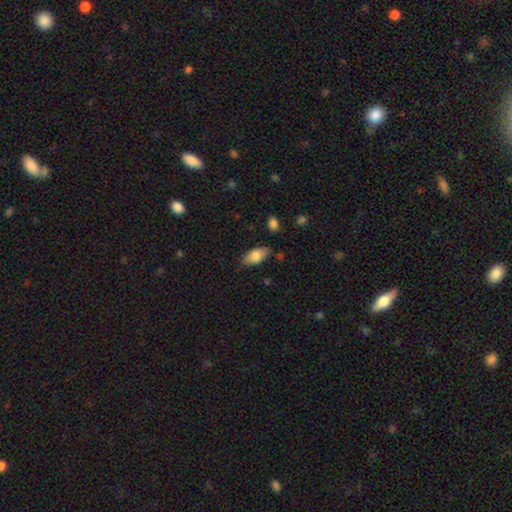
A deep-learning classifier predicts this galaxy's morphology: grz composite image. It shows a smooth galaxy with no disk features (79%) that is in between round and cigar-shaped (89%). Merging: none (79%).